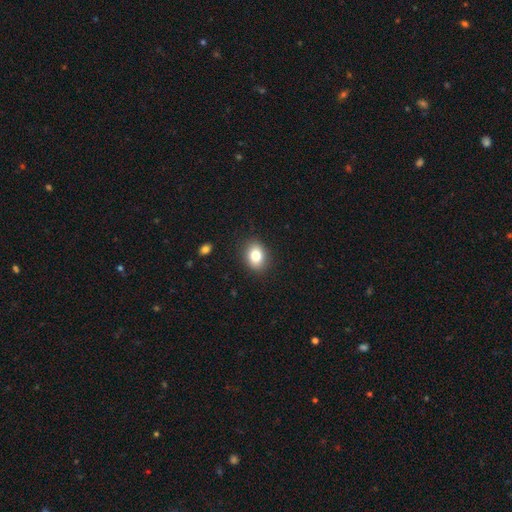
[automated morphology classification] A smooth galaxy with no disk features (81%) that is in between round and cigar-shaped (65%).

Vote fractions:
- Smooth or featured? smooth: 81% / star or artifact: 9% / featured or disk: 9%
- How rounded? in between: 65% / round: 34% / cigar-shaped: 1%
- Merging? none: 88% / minor disturbance: 8% / major disturbance: 2% / merger: 1%